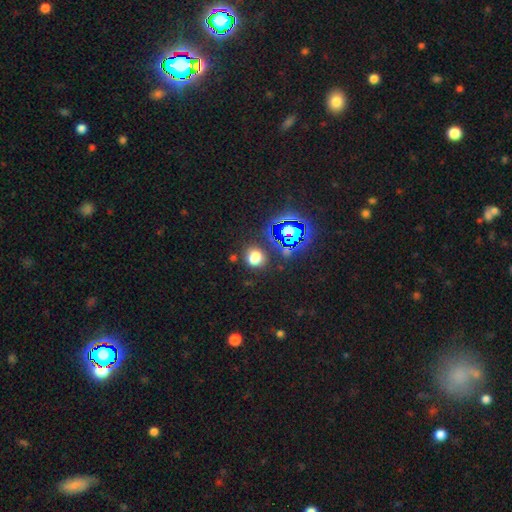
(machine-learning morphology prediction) smooth 64%, star or artifact 29%, featured or disk 7%. Down the decision tree: how rounded — round (73%); merging — none (80%).